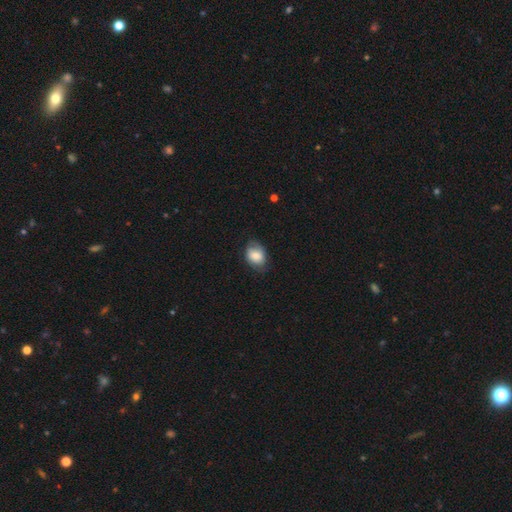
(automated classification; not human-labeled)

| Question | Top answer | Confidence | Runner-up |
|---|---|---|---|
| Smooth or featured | smooth | 69% | featured or disk (24%) |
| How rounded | in between | 67% | round (32%) |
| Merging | none | 64% | minor disturbance (27%) |